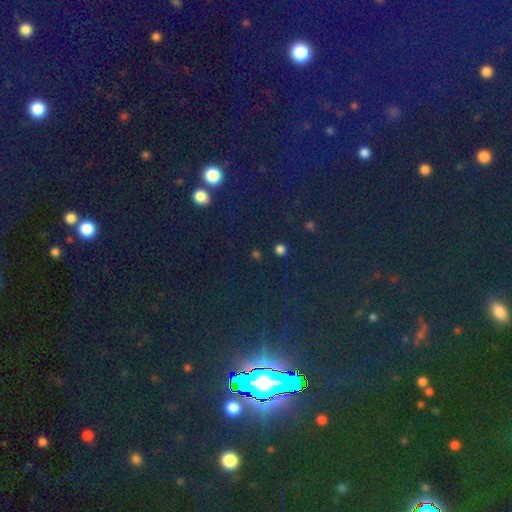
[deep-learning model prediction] Q: Smooth or featured?
A: star or artifact (78%); runner-up: smooth (13%)